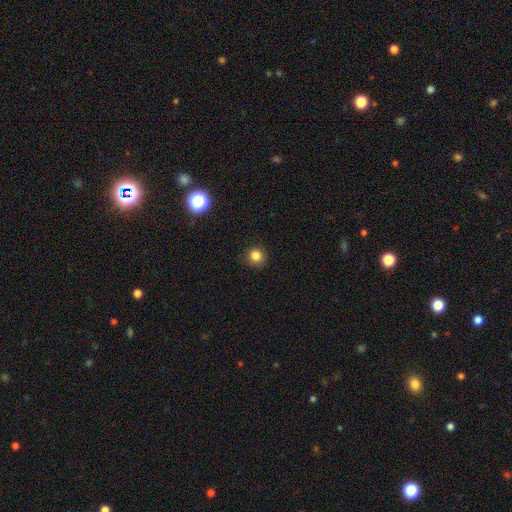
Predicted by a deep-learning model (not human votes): A smooth galaxy with no disk features (82%) that is round (93%). Merging: none (89%).